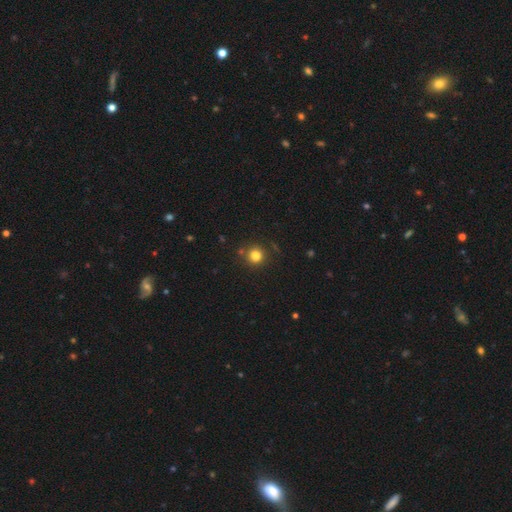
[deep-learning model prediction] smooth-or-featured: smooth: 81% | star or artifact: 13% | featured or disk: 6%
  how-rounded: round: 92% | in between: 7% | cigar-shaped: 1%
  merging: none: 83% | minor disturbance: 9% | merger: 5% | major disturbance: 3%